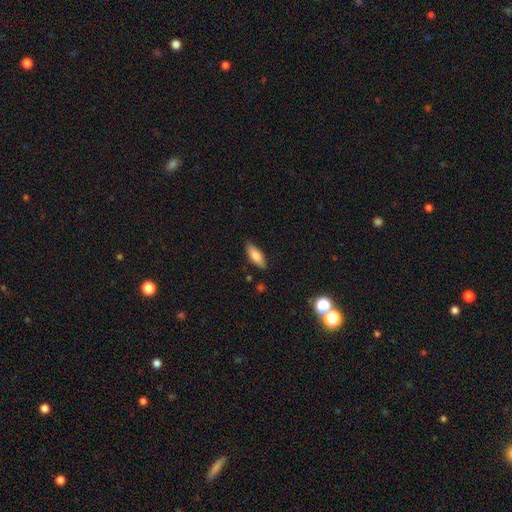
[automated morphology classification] Q: Smooth or featured?
A: smooth (80%); runner-up: featured or disk (14%)
Q: How rounded?
A: in between (63%); runner-up: cigar-shaped (35%)
Q: Merging?
A: none (84%); runner-up: minor disturbance (12%)